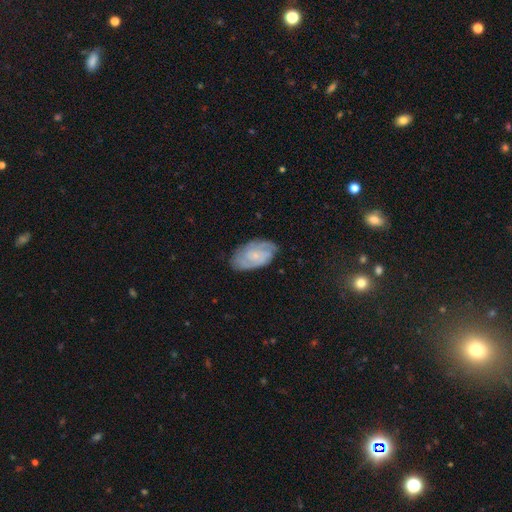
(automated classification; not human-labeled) smooth-or-featured: featured or disk: 73% | smooth: 21% | star or artifact: 7%
  disk-edge-on: no: 96% | yes: 4%
    bar: no: 66% | weak: 29% | strong: 5%
    has-spiral-arms: yes: 93% | no: 7%
      spiral-winding: tight: 61% | medium: 31% | loose: 8%
      spiral-arm-count: 2: 41% | can't tell: 29% | 3: 17% | 4: 5% | 1: 4% | more than 4: 4%
    bulge-size: small: 71% | moderate: 15% | none: 12% | large: 1% | dominant: 1%
  merging: none: 77% | minor disturbance: 18% | major disturbance: 4% | merger: 1%